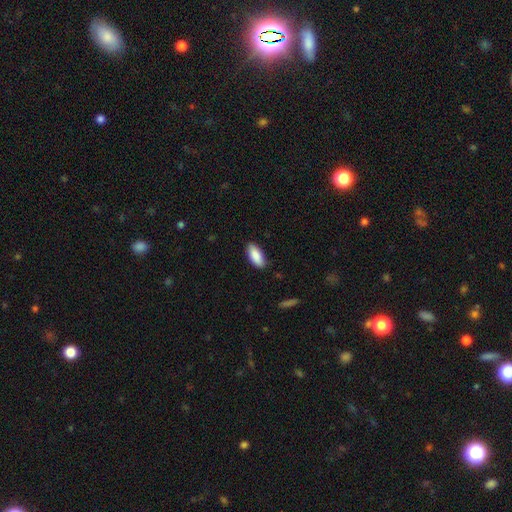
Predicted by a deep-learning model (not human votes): Smooth or featured?
  - smooth: 88% *
  - star or artifact: 6%
  - featured or disk: 6%
How rounded?
  - in between: 87% *
  - cigar-shaped: 11%
  - round: 2%
Merging?
  - none: 86% *
  - minor disturbance: 10%
  - major disturbance: 2%
  - merger: 1%